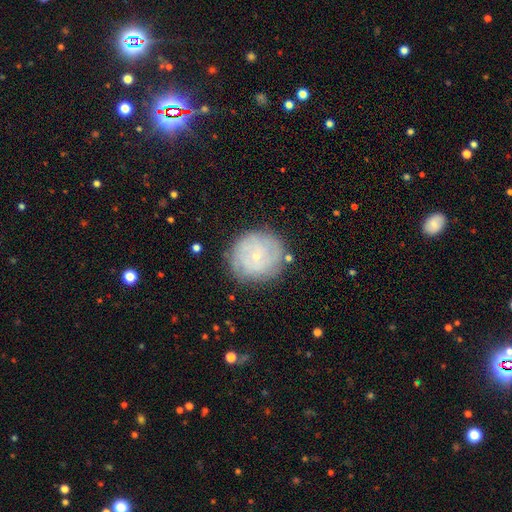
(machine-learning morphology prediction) A featured or disk galaxy (66%) with no bar (77%), tight (73%) spiral arms (83%) and a small central bulge (85%). Merging: none (81%).